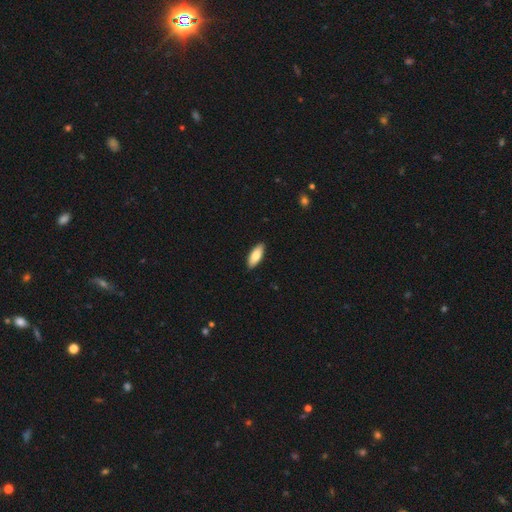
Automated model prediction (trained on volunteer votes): This appears to be a smooth galaxy with no disk features (82%) that is in between round and cigar-shaped (79%). Merging: none (90%).